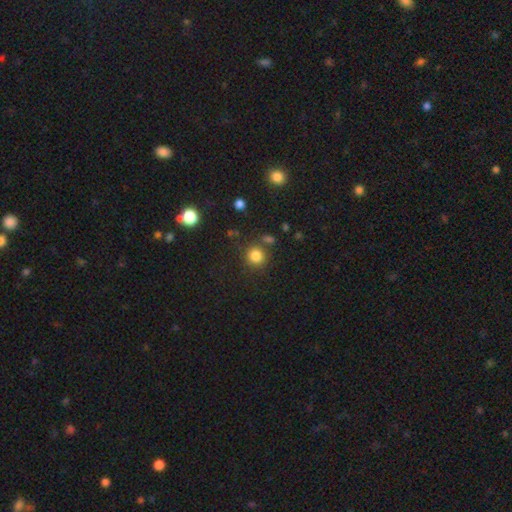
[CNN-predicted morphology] smooth-or-featured: smooth: 82% | star or artifact: 13% | featured or disk: 5%
  how-rounded: round: 90% | in between: 9% | cigar-shaped: 1%
  merging: none: 79% | minor disturbance: 9% | merger: 8% | major disturbance: 4%